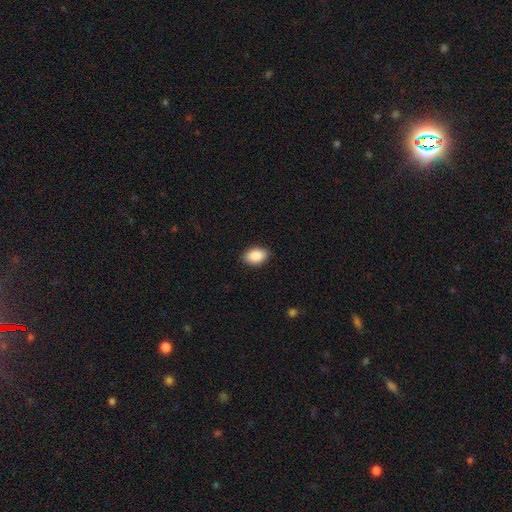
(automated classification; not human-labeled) This appears to be a smooth galaxy with no disk features (88%) that is in between round and cigar-shaped (88%). Merging: none (88%).